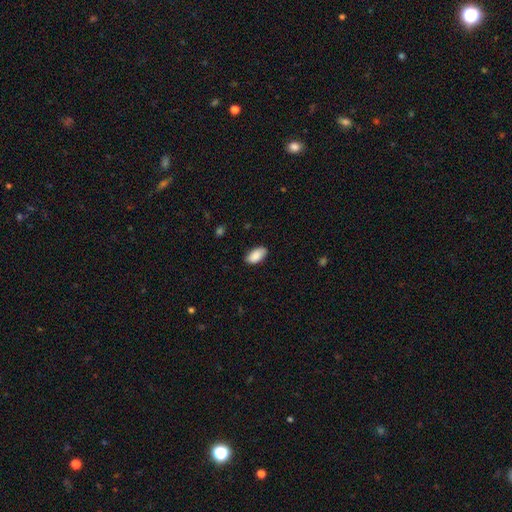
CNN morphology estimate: Smooth or featured? Predicted: smooth (p=0.89). How rounded? Predicted: in between (p=0.94). Merging? Predicted: none (p=0.84).